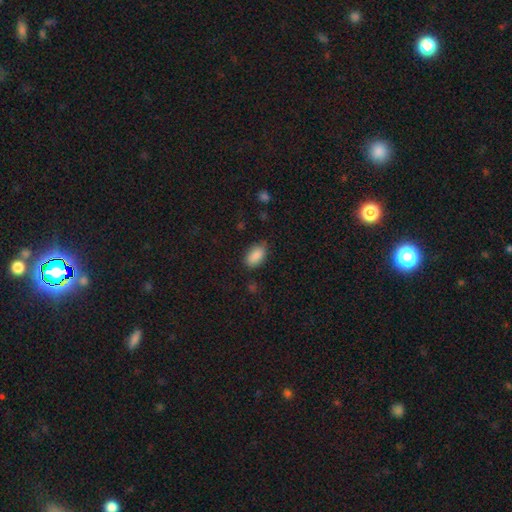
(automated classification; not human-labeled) This appears to be a smooth galaxy with no disk features (88%) that is in between round and cigar-shaped (92%). Merging: none (77%).